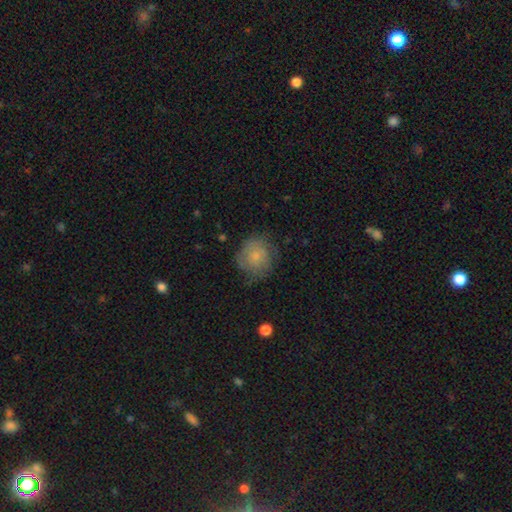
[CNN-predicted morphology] smooth-or-featured: smooth: 63% | featured or disk: 29% | star or artifact: 8%
  how-rounded: round: 86% | in between: 13% | cigar-shaped: 1%
  merging: none: 69% | minor disturbance: 22% | major disturbance: 8% | merger: 1%